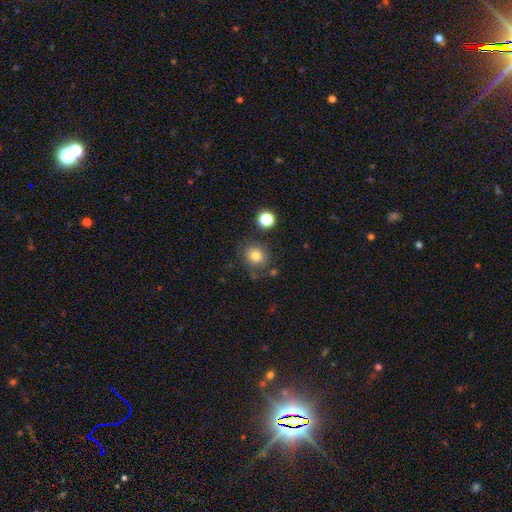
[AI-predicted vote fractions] Smooth or featured: smooth — 79% (star or artifact — 12%)
How rounded: round — 78% (in between — 21%)
Merging: none — 74% (minor disturbance — 15%)